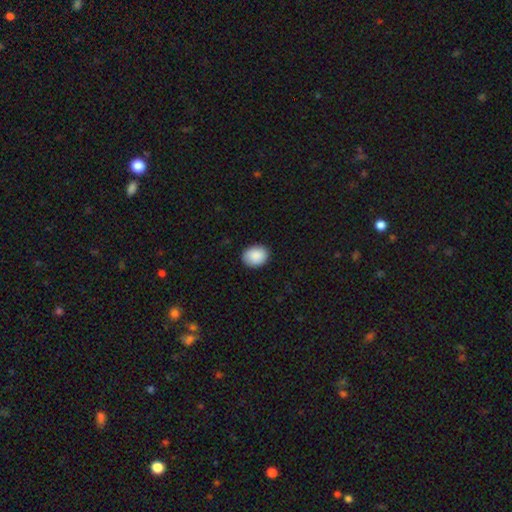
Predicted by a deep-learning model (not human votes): Smooth or featured? Predicted: smooth (p=0.89). How rounded? Predicted: in between (p=0.52). Merging? Predicted: none (p=0.88).